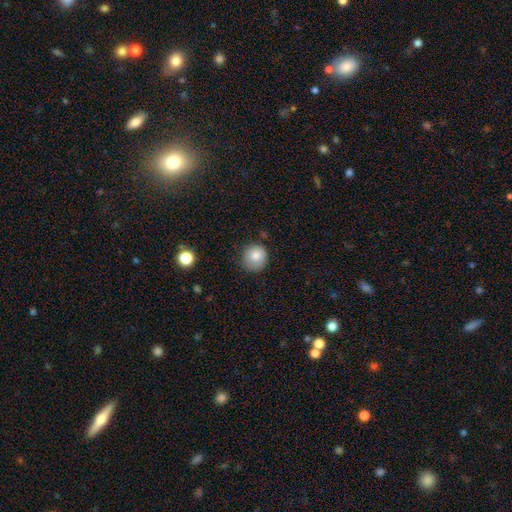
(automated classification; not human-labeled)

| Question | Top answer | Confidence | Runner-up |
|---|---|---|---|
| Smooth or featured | smooth | 82% | star or artifact (9%) |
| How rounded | round | 89% | in between (10%) |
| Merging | none | 73% | minor disturbance (21%) |